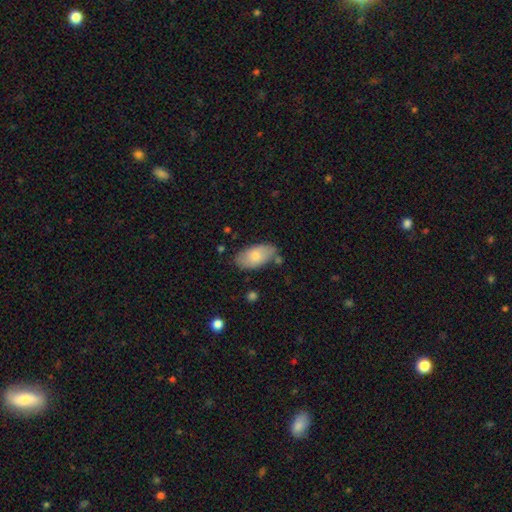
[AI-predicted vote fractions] Morphology: type=smooth (72%); roundness=in between (94%); merging=none (72%).